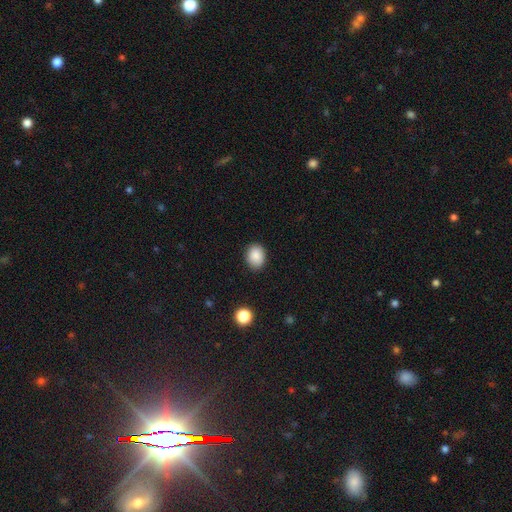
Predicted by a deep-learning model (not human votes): smooth-or-featured: smooth: 88% | star or artifact: 9% | featured or disk: 3%
  how-rounded: in between: 54% | round: 45% | cigar-shaped: 1%
  merging: none: 87% | minor disturbance: 10% | major disturbance: 2% | merger: 1%